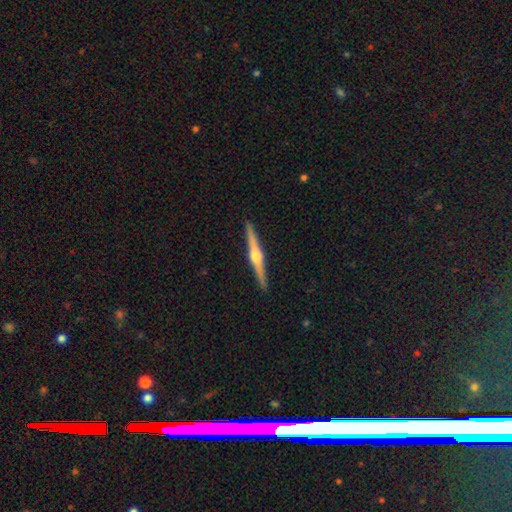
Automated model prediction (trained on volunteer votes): Overall: featured or disk (82%). Edge-on disk: yes (99%). Edge-on bulge: rounded (94%). Merging: none (93%).